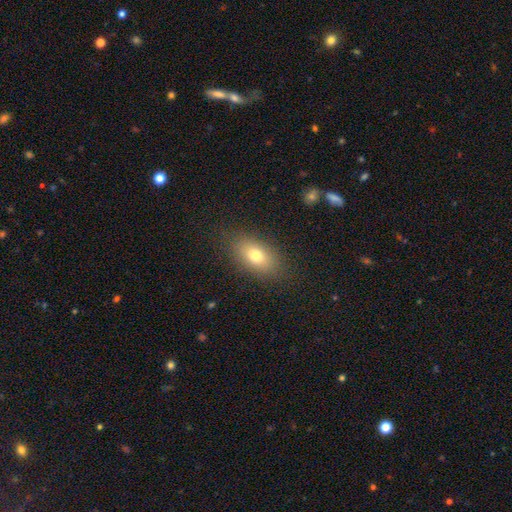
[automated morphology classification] Smooth or featured?
  - smooth: 75% *
  - featured or disk: 15%
  - star or artifact: 10%
How rounded?
  - in between: 86% *
  - round: 9%
  - cigar-shaped: 5%
Merging?
  - none: 85% *
  - minor disturbance: 10%
  - major disturbance: 3%
  - merger: 1%